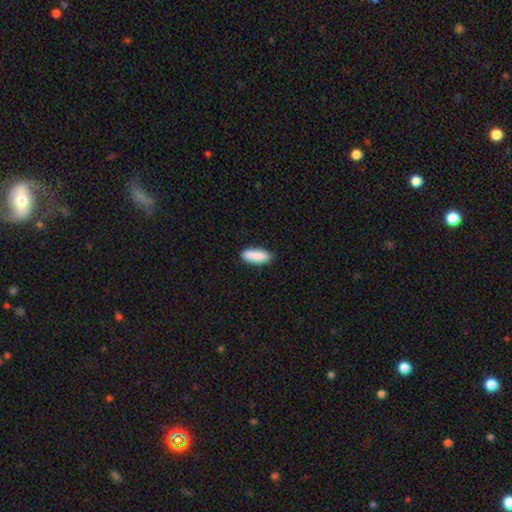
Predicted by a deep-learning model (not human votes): This appears to be a smooth galaxy with no disk features (89%) that is in between round and cigar-shaped (66%). Merging: none (85%).